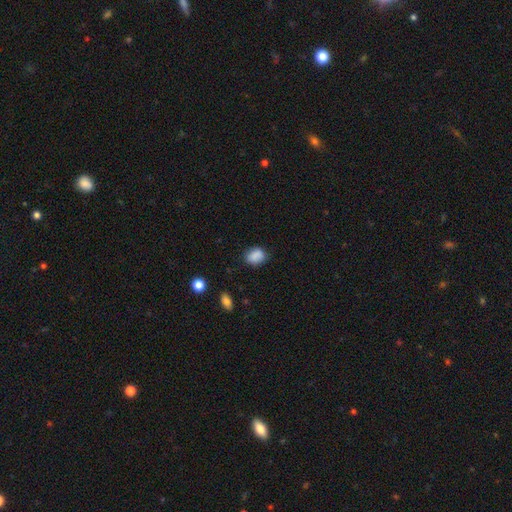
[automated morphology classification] Smooth or featured?
  - smooth: 87% *
  - star or artifact: 9%
  - featured or disk: 5%
How rounded?
  - in between: 66% *
  - round: 32%
  - cigar-shaped: 1%
Merging?
  - none: 77% *
  - minor disturbance: 18%
  - major disturbance: 4%
  - merger: 2%